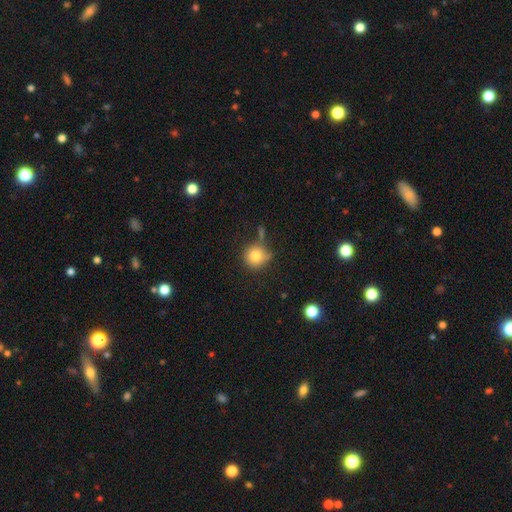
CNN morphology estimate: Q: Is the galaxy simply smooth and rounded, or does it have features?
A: smooth — 79%.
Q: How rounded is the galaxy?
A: round — 89%.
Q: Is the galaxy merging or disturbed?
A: none — 61%.